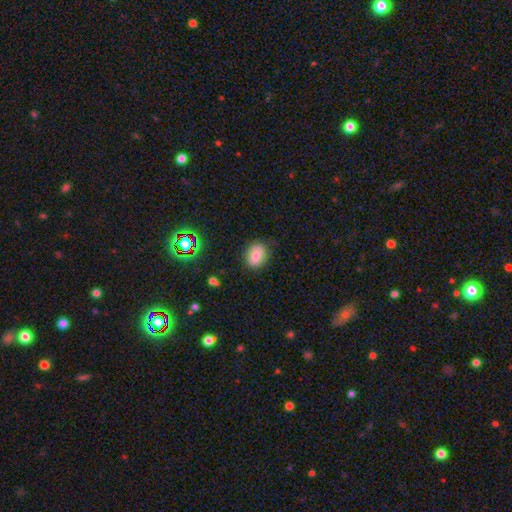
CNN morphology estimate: smooth_or_featured: smooth (p=0.78) [alt: featured or disk p=0.11]
how_rounded: in between (p=0.57) [alt: round p=0.42]
merging: none (p=0.80) [alt: minor disturbance p=0.16]